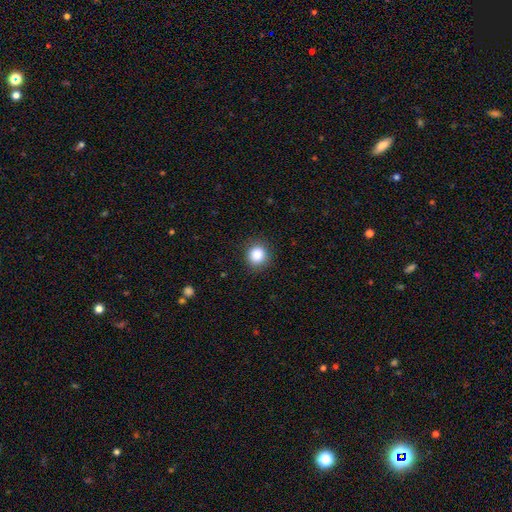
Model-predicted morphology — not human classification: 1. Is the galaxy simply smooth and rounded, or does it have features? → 87% smooth, 10% star or artifact, 4% featured or disk.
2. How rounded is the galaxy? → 89% round, 10% in between, 1% cigar-shaped.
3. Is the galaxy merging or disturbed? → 89% none, 8% minor disturbance, 2% major disturbance, 1% merger.